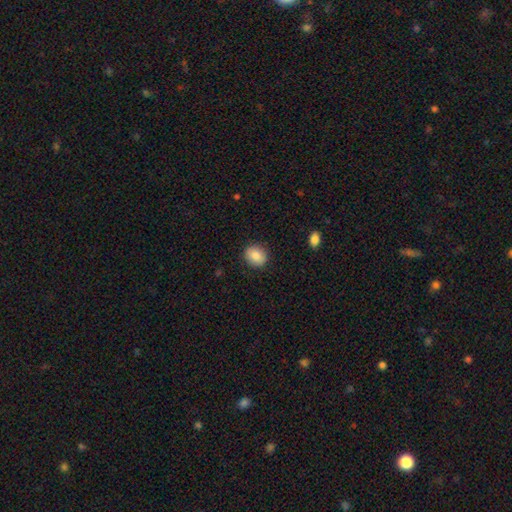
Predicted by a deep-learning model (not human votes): Smooth or featured: smooth — 86% (star or artifact — 8%)
How rounded: round — 63% (in between — 36%)
Merging: none — 89% (minor disturbance — 8%)